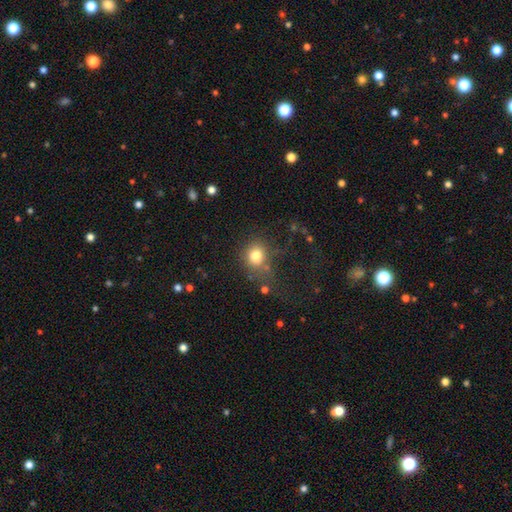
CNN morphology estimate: smooth-or-featured: smooth: 79% | star or artifact: 13% | featured or disk: 8%
  how-rounded: round: 74% | in between: 25% | cigar-shaped: 1%
  merging: none: 61% | minor disturbance: 19% | major disturbance: 12% | merger: 8%